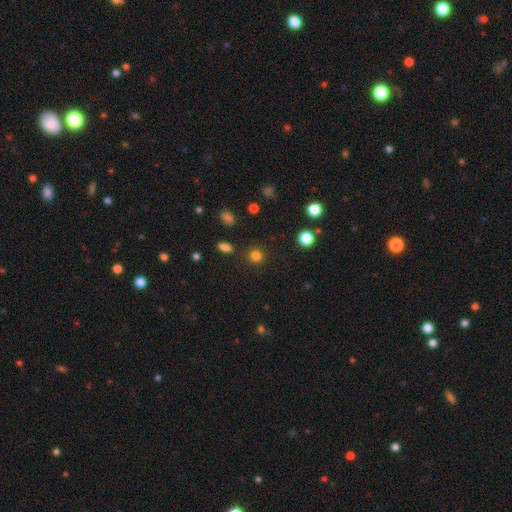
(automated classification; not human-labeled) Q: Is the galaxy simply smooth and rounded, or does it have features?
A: smooth — 81%.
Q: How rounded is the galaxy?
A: round — 90%.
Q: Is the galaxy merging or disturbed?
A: none — 87%.